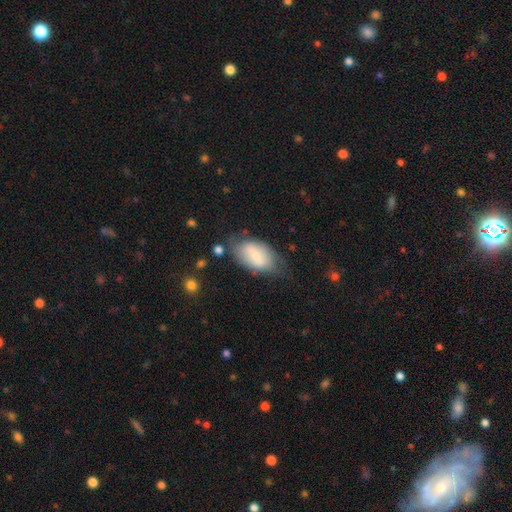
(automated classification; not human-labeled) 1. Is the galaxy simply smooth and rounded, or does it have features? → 67% smooth, 26% featured or disk, 7% star or artifact.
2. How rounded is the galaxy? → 92% in between, 5% round, 2% cigar-shaped.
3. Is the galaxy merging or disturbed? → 52% none, 30% minor disturbance, 13% major disturbance, 4% merger.